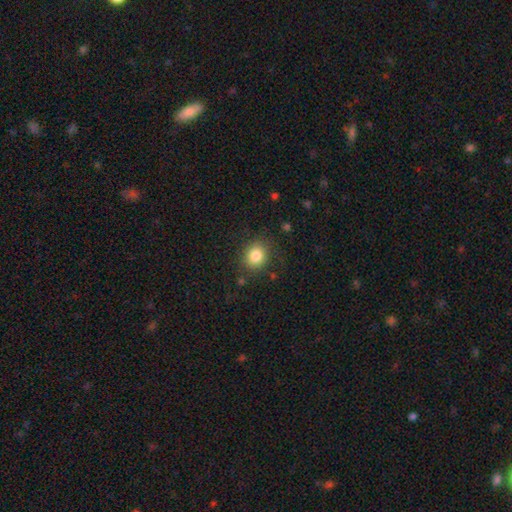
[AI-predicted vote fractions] Morphology: type=smooth (82%); roundness=round (74%); merging=none (83%).